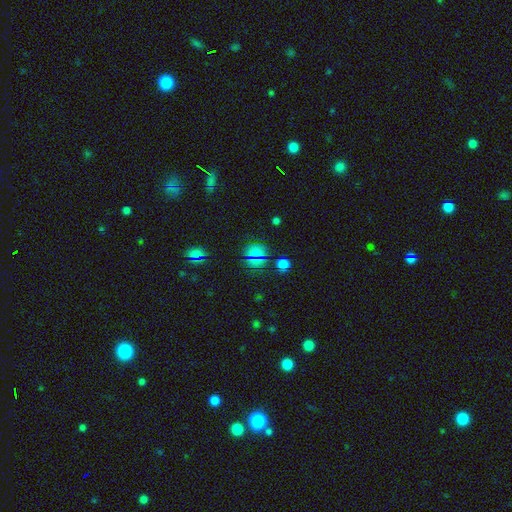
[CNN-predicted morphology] A smooth galaxy with no disk features (63%) that is round (86%).

Vote fractions:
- Smooth or featured? smooth: 63% / star or artifact: 30% / featured or disk: 7%
- How rounded? round: 86% / in between: 13% / cigar-shaped: 1%
- Merging? none: 83% / minor disturbance: 10% / major disturbance: 4% / merger: 3%